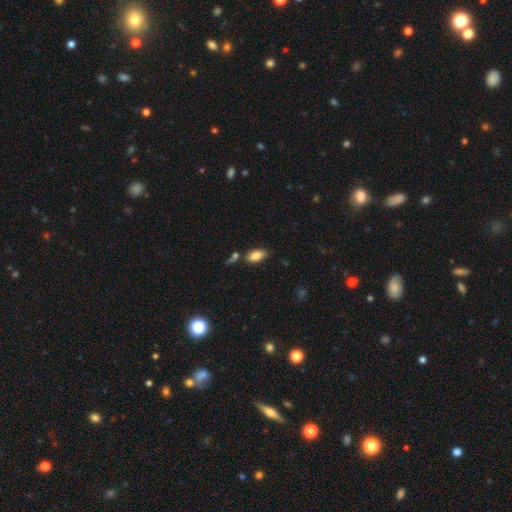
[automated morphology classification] Q: Smooth or featured?
A: smooth (84%); runner-up: featured or disk (8%)
Q: How rounded?
A: in between (92%); runner-up: cigar-shaped (4%)
Q: Merging?
A: none (69%); runner-up: minor disturbance (16%)